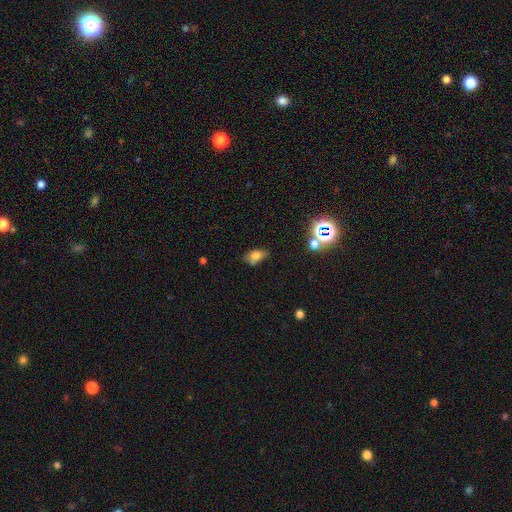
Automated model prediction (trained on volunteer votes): Smooth or featured? Predicted: smooth (p=0.69). How rounded? Predicted: in between (p=0.85). Merging? Predicted: none (p=0.54).